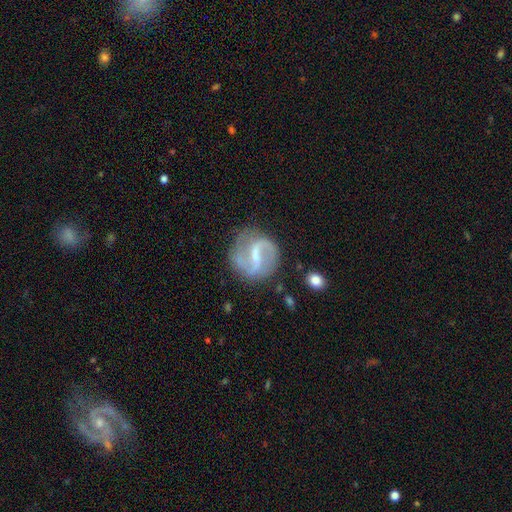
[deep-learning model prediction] Smooth or featured? Predicted: featured or disk (p=0.84). Edge-on disk? Predicted: no (p=0.97). Bar? Predicted: weak (p=0.44, tied with strong). Spiral arms? Predicted: yes (p=0.93). Spiral winding? Predicted: loose (p=0.44). Spiral arm count? Predicted: 2 (p=0.87). Bulge size? Predicted: small (p=0.50). Merging? Predicted: none (p=0.73).